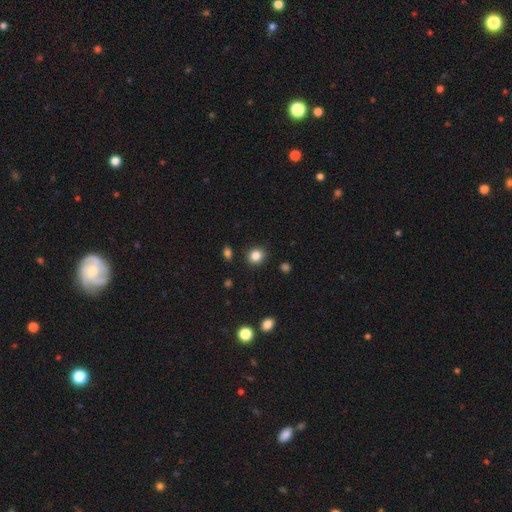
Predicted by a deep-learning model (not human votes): Smooth or featured: smooth — 85% (star or artifact — 11%)
How rounded: round — 83% (in between — 16%)
Merging: none — 88% (minor disturbance — 7%)